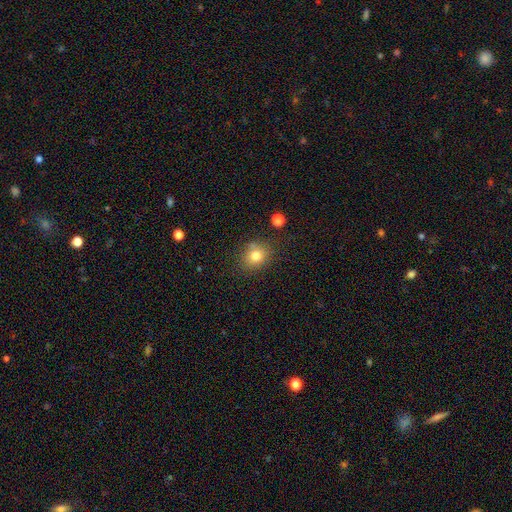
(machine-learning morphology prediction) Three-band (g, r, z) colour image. It shows a smooth galaxy with no disk features (79%) that is round (65%). Merging: none (76%).